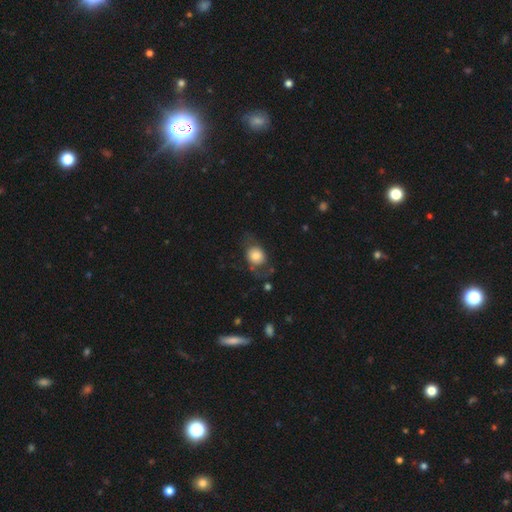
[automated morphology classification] Smooth or featured: smooth — 62% (featured or disk — 31%)
How rounded: round — 63% (in between — 36%)
Merging: none — 54% (major disturbance — 22%)